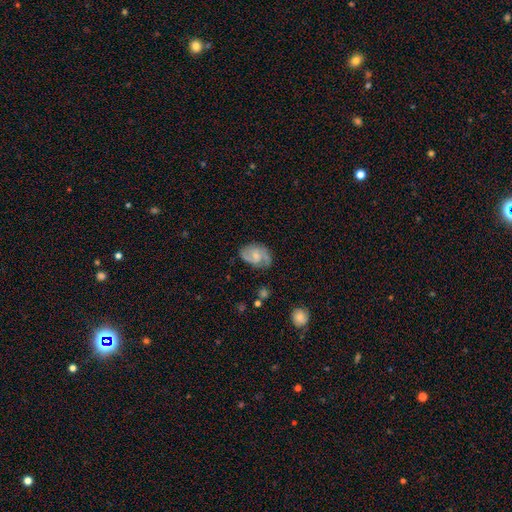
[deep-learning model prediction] Q: Smooth or featured?
A: featured or disk (62%); runner-up: smooth (31%)
Q: Edge-on disk?
A: no (97%); runner-up: yes (3%)
Q: Bar?
A: no (59%); runner-up: weak (36%)
Q: Spiral arms?
A: yes (87%); runner-up: no (13%)
Q: Spiral winding?
A: medium (47%); runner-up: tight (34%)
Q: Spiral arm count?
A: 2 (73%); runner-up: can't tell (14%)
Q: Bulge size?
A: small (51%); runner-up: moderate (33%)
Q: Merging?
A: none (64%); runner-up: minor disturbance (25%)